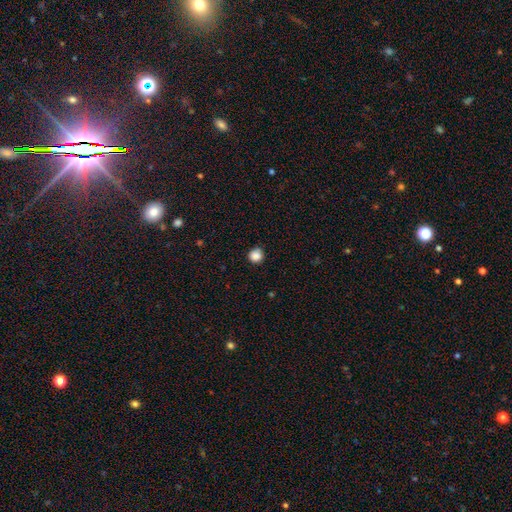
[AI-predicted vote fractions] A smooth galaxy with no disk features (86%) that is round (92%).

Vote fractions:
- Smooth or featured? smooth: 86% / star or artifact: 11% / featured or disk: 3%
- How rounded? round: 92% / in between: 7% / cigar-shaped: 1%
- Merging? none: 87% / minor disturbance: 10% / major disturbance: 2% / merger: 1%